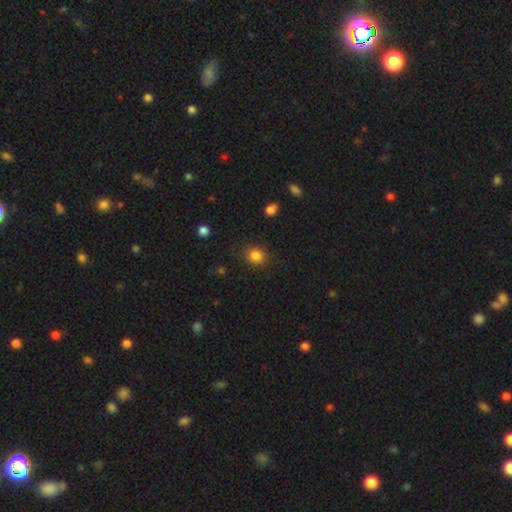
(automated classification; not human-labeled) Smooth or featured: smooth — 84% (star or artifact — 12%)
How rounded: round — 82% (in between — 17%)
Merging: none — 86% (minor disturbance — 9%)